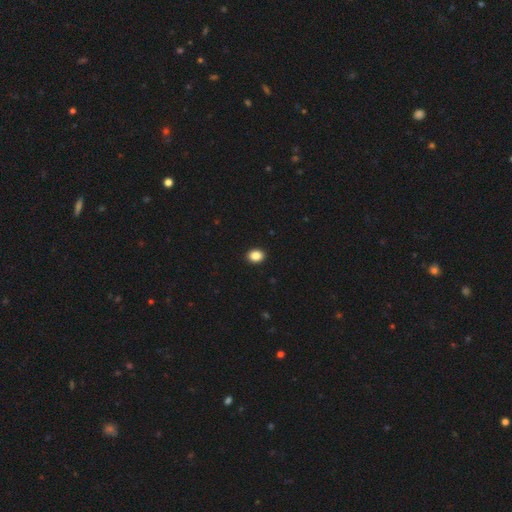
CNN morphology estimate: Smooth or featured: smooth — 87% (star or artifact — 9%)
How rounded: in between — 52% (round — 48%)
Merging: none — 92% (minor disturbance — 5%)